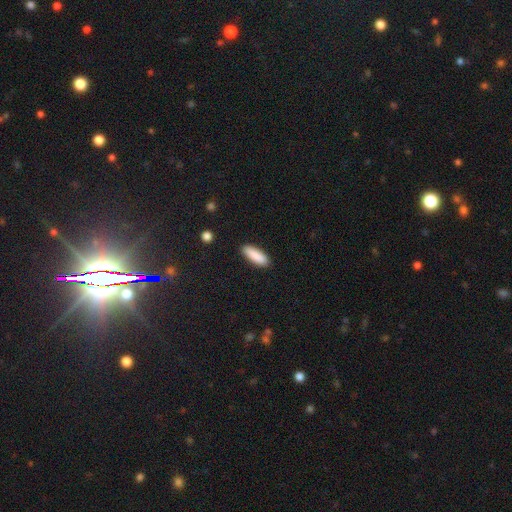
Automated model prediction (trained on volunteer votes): This is clearly a smooth galaxy (90%). How rounded: possibly in between (59%). Merging: clearly none (89%).